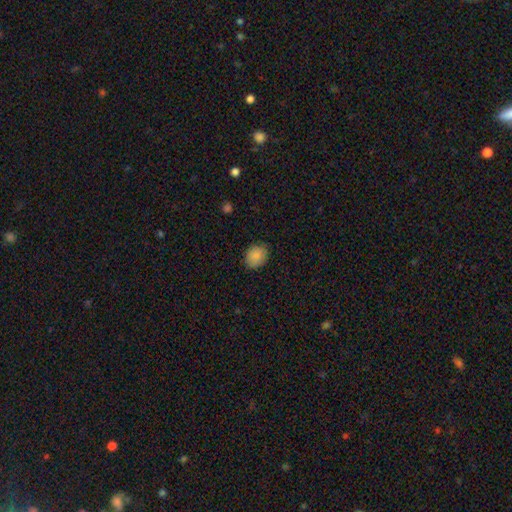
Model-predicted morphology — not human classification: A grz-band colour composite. It shows a smooth galaxy with no disk features (87%) that is round (52%). Merging: none (82%).